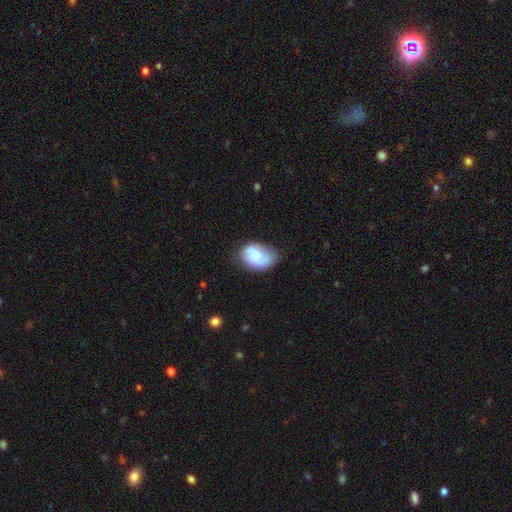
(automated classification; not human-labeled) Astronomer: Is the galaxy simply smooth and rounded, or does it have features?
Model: smooth — 57% (runner-up: featured or disk, 36%).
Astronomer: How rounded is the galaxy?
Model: in between — 81%.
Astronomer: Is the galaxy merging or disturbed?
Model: none — 60%.